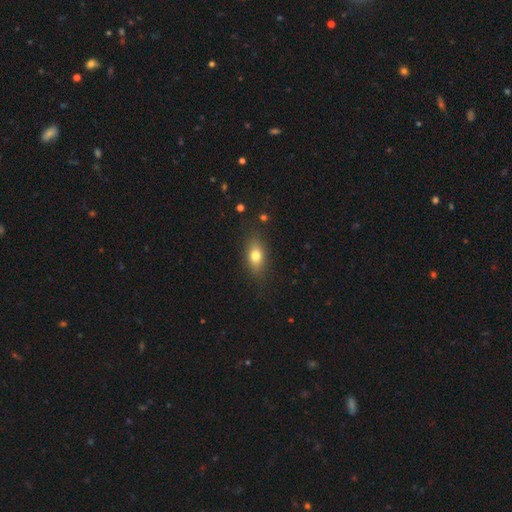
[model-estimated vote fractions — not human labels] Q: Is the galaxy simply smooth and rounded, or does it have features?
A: smooth — 76%.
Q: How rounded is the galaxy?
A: in between — 79%.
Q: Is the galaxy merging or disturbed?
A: none — 81%.